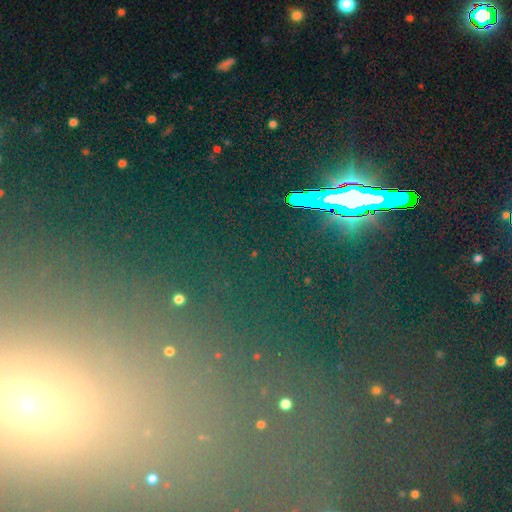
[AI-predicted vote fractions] Smooth or featured: star or artifact — 73% (smooth — 15%)